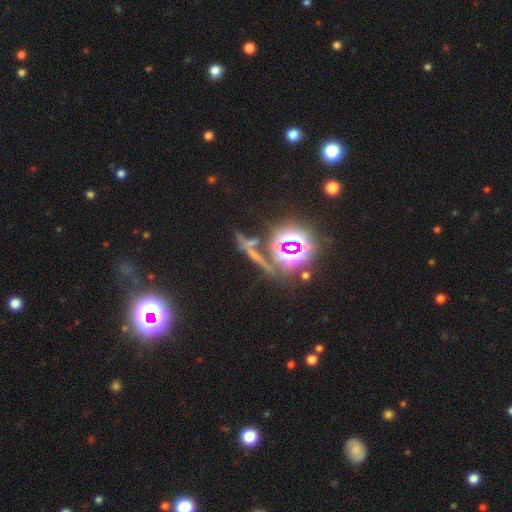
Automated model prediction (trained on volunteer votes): Smooth or featured? star or artifact (60%)